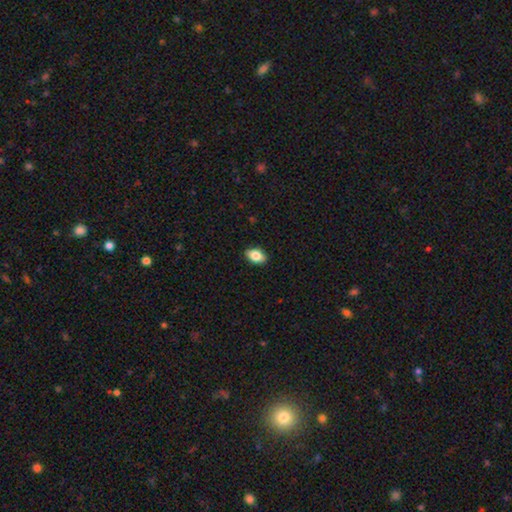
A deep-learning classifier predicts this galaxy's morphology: smooth 83%, featured or disk 9%, star or artifact 8%. Down the decision tree: how rounded — in between (88%); merging — none (89%).